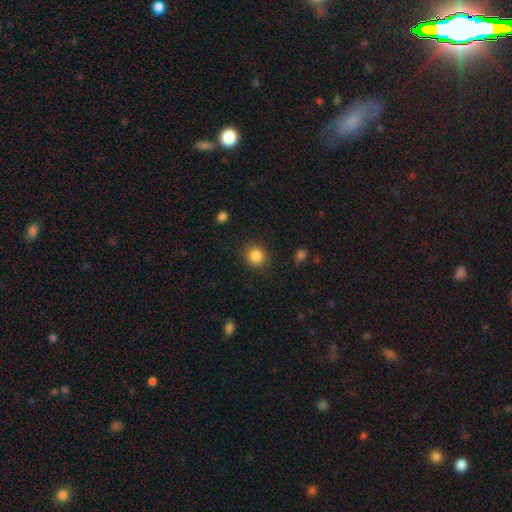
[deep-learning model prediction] Morphology: type=smooth (86%); roundness=round (89%); merging=none (87%).